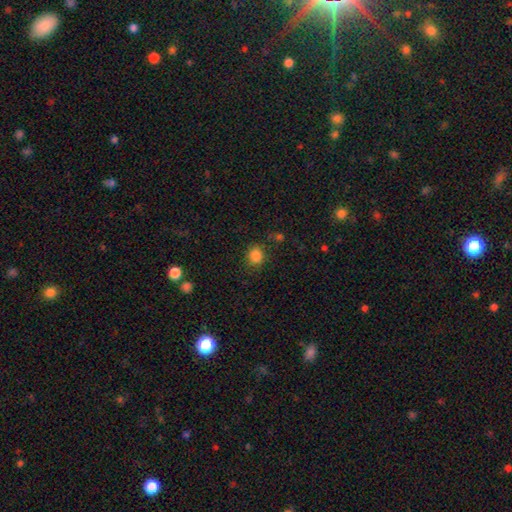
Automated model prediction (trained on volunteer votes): smooth-or-featured: smooth: 84% | star or artifact: 12% | featured or disk: 4%
  how-rounded: round: 69% | in between: 30% | cigar-shaped: 1%
  merging: none: 80% | minor disturbance: 13% | major disturbance: 4% | merger: 3%